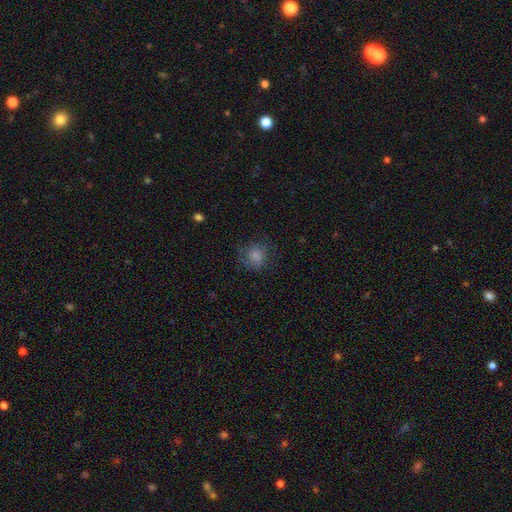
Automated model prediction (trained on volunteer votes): This is likely a smooth galaxy (80%). How rounded: clearly round (81%). Merging: likely none (68%).